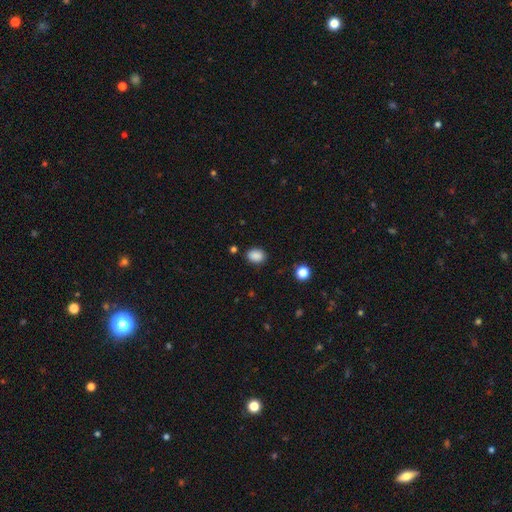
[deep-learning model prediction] smooth 87%, star or artifact 10%, featured or disk 3%. Down the decision tree: how rounded — in between (64%); merging — none (84%).